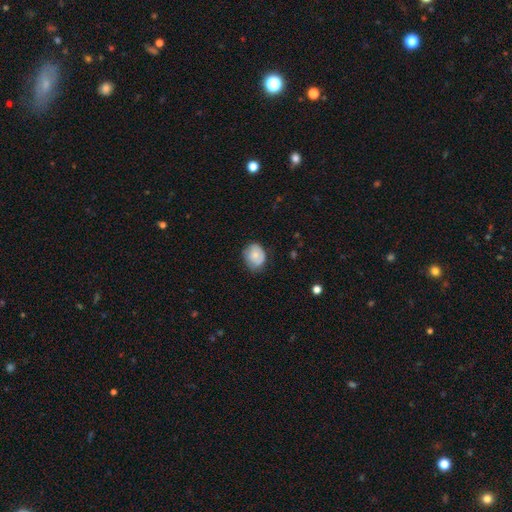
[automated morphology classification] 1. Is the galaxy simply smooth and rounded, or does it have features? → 69% smooth, 23% featured or disk, 8% star or artifact.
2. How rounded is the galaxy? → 51% round, 48% in between, 1% cigar-shaped.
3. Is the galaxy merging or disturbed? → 62% none, 30% minor disturbance, 7% major disturbance, 1% merger.